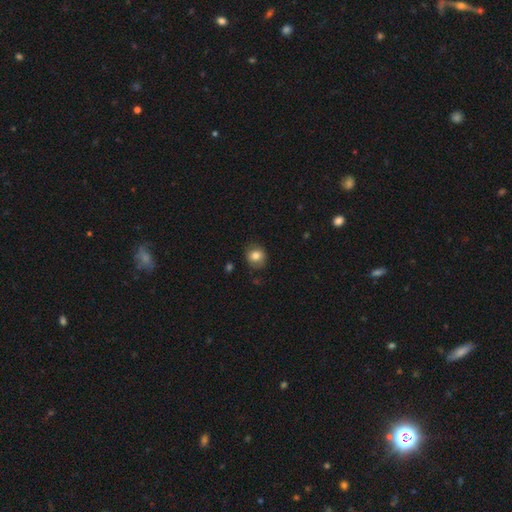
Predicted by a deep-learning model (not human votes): Q: Smooth or featured?
A: smooth (78%); runner-up: featured or disk (12%)
Q: How rounded?
A: round (78%); runner-up: in between (21%)
Q: Merging?
A: none (81%); runner-up: minor disturbance (14%)